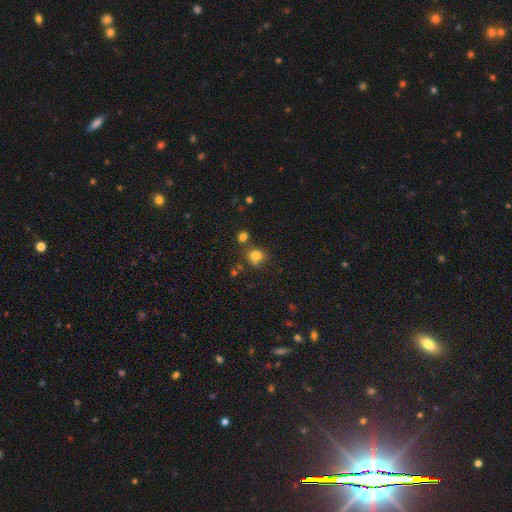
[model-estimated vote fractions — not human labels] Smooth or featured: smooth — 79% (star or artifact — 14%)
How rounded: round — 75% (in between — 24%)
Merging: none — 65% (minor disturbance — 17%)